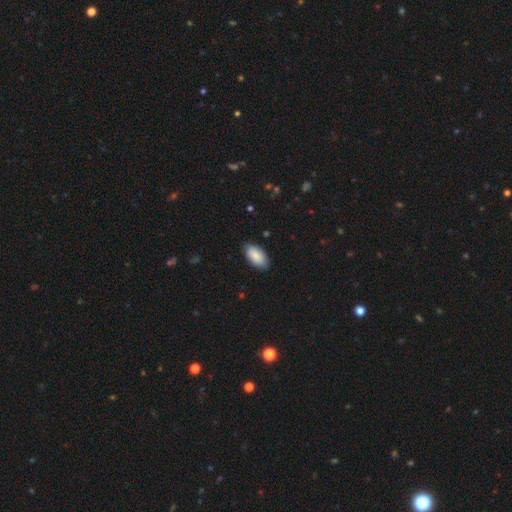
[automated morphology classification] Overall: smooth (88%). How rounded: in between (95%). Merging: none (85%).